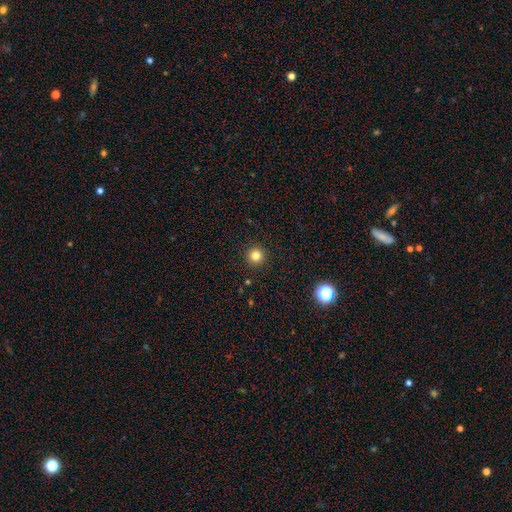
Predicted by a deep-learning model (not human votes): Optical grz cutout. It shows a smooth galaxy with no disk features (81%) that is round (96%). Merging: none (93%).